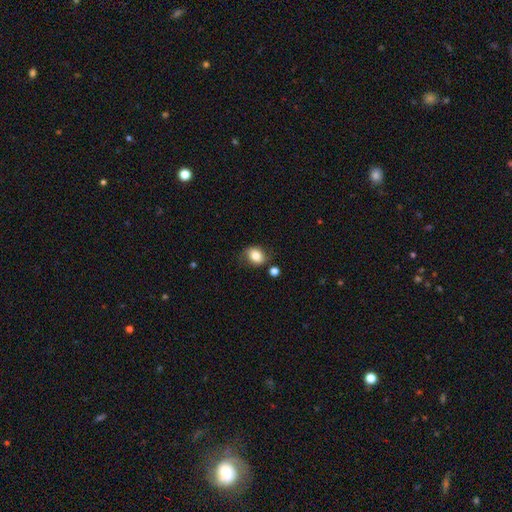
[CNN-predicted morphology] Smooth or featured: smooth — 79% (featured or disk — 13%)
How rounded: in between — 59% (round — 40%)
Merging: none — 68% (minor disturbance — 20%)